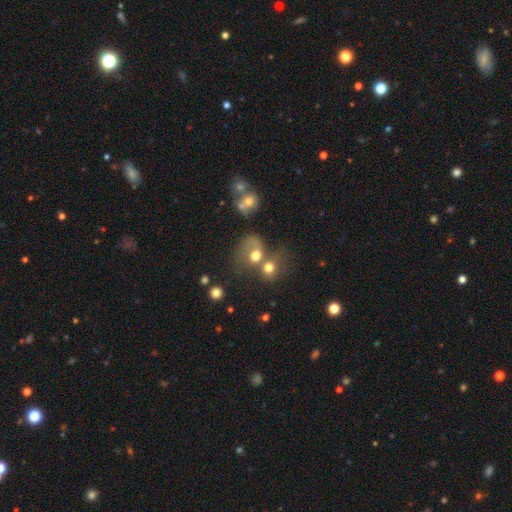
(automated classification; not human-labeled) This appears to be a smooth galaxy with no disk features (64%) that is round (67%). Merging: merger (50%).